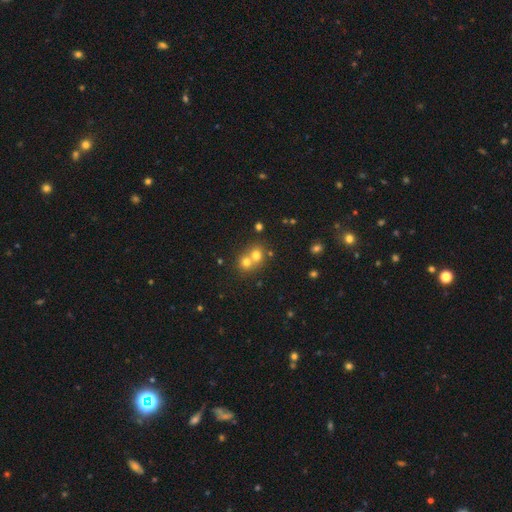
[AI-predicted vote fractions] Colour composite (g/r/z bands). It shows a smooth galaxy with no disk features (70%) that is round (79%). Merging: merger (60%).